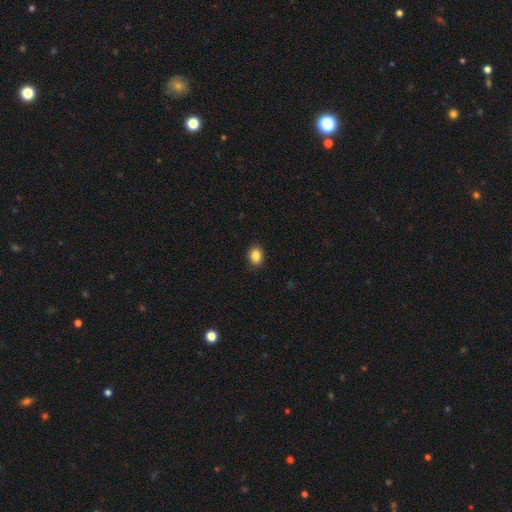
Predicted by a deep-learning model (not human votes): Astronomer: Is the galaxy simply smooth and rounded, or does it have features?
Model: smooth — 87%.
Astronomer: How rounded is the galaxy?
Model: in between — 58% (runner-up: round, 41%).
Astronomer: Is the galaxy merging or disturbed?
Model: none — 87%.